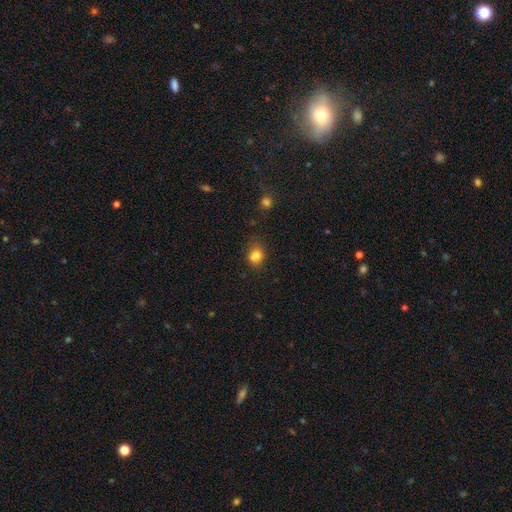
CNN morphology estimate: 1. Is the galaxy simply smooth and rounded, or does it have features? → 79% smooth, 12% star or artifact, 9% featured or disk.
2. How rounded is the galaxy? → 52% in between, 47% round, 1% cigar-shaped.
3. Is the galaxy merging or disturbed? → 53% none, 23% minor disturbance, 17% merger, 7% major disturbance.